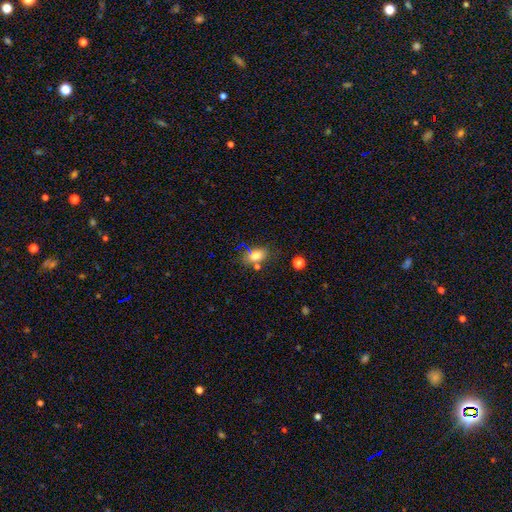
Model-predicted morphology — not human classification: Smooth or featured: smooth — 75% (featured or disk — 13%)
How rounded: in between — 75% (round — 22%)
Merging: none — 68% (minor disturbance — 17%)